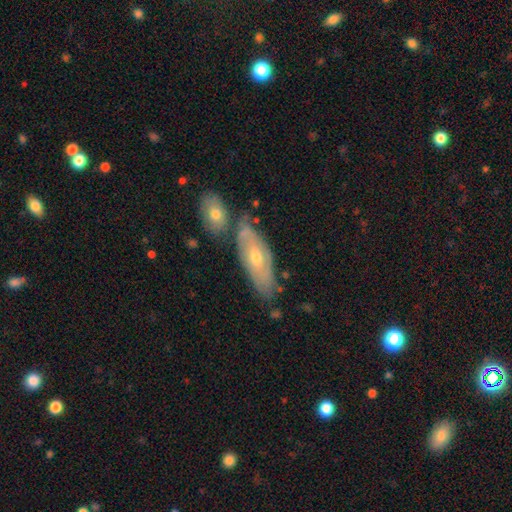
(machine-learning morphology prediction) Smooth or featured: featured or disk — 58% (smooth — 36%)
Edge-on disk: no — 76% (yes — 24%)
Merging: none — 59% (minor disturbance — 18%)